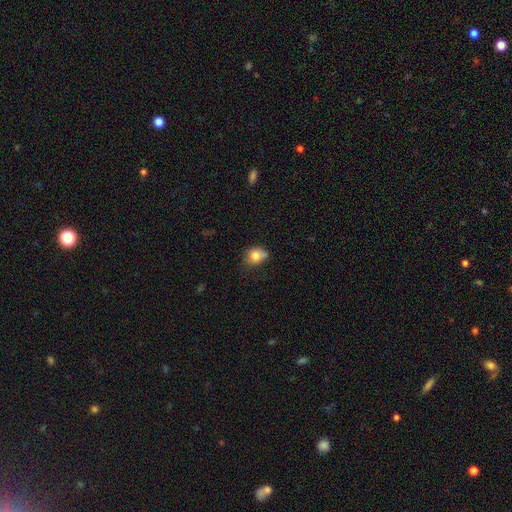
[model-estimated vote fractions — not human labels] The model was most divided on "how rounded": round: 52%, in between: 47%, cigar-shaped: 1%. Remaining: smooth or featured — smooth (79%); merging — none (44%).